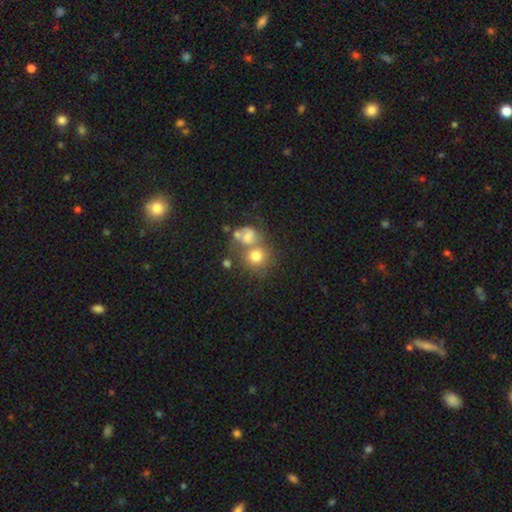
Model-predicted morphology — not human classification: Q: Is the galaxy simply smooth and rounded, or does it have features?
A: smooth — 71%.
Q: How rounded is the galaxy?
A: round — 80%.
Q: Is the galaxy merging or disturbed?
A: merger — 42%.